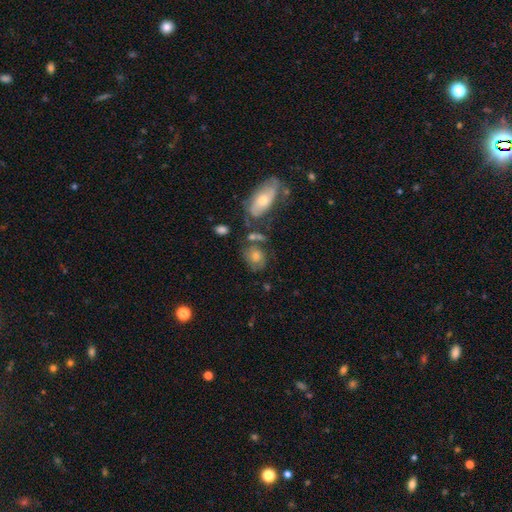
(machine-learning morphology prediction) smooth-or-featured: featured or disk: 47% | smooth: 35% | star or artifact: 18%
  merging: none: 52% | merger: 22% | minor disturbance: 16% | major disturbance: 10%